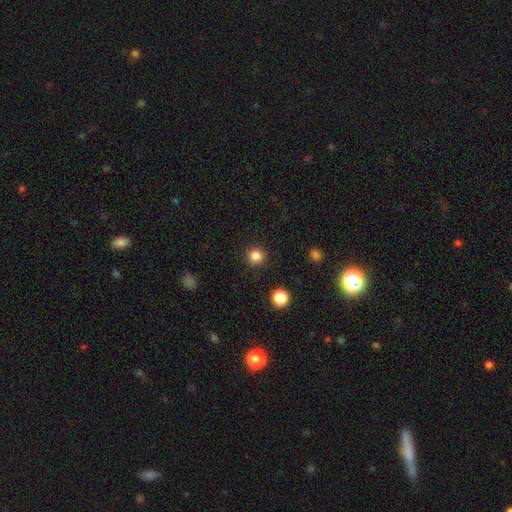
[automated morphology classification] smooth-or-featured: smooth: 84% | star or artifact: 13% | featured or disk: 4%
  how-rounded: round: 95% | in between: 4% | cigar-shaped: 1%
  merging: none: 92% | minor disturbance: 5% | major disturbance: 2% | merger: 1%